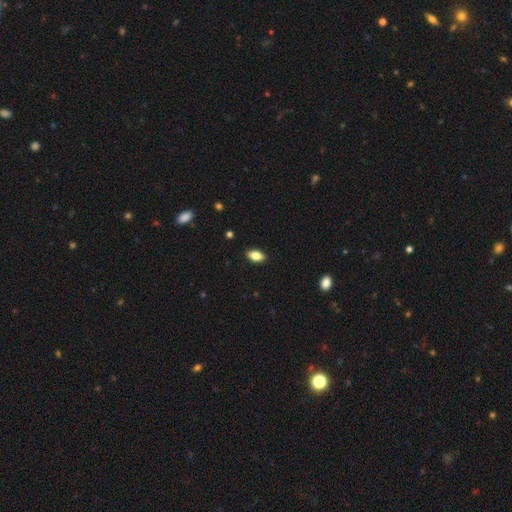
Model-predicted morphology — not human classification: smooth 80%, featured or disk 12%, star or artifact 8%. Down the decision tree: how rounded — in between (90%); merging — none (89%).